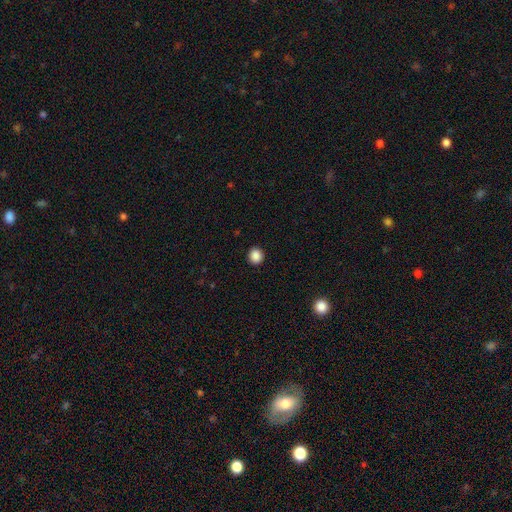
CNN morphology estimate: smooth_or_featured: smooth (p=0.88) [alt: star or artifact p=0.09]
how_rounded: round (p=0.88) [alt: in between p=0.11]
merging: none (p=0.92) [alt: minor disturbance p=0.05]